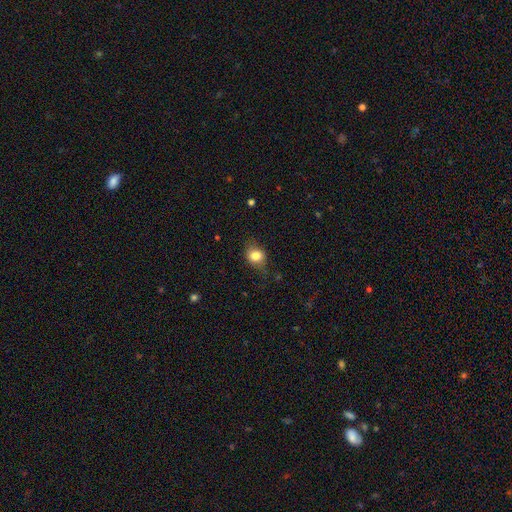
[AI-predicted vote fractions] Smooth or featured: smooth — 77% (featured or disk — 13%)
How rounded: round — 54% (in between — 44%)
Merging: none — 68% (minor disturbance — 23%)